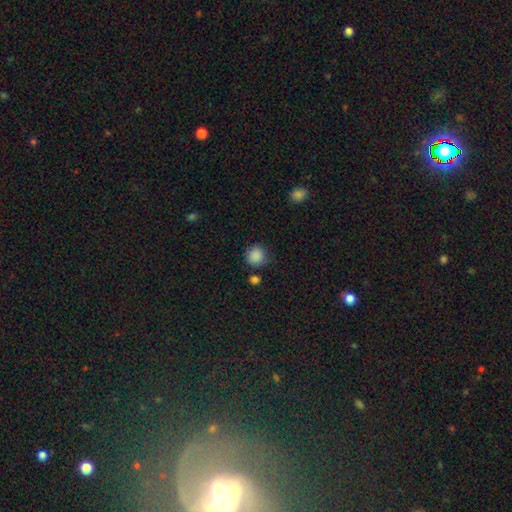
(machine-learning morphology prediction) smooth_or_featured: smooth (p=0.87) [alt: star or artifact p=0.10]
how_rounded: round (p=0.91) [alt: in between p=0.08]
merging: none (p=0.77) [alt: minor disturbance p=0.14]